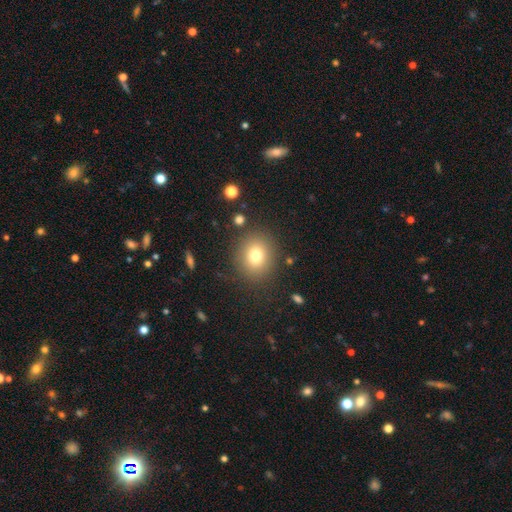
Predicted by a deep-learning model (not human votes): Smooth or featured: smooth — 76% (star or artifact — 13%)
How rounded: round — 75% (in between — 24%)
Merging: none — 85% (minor disturbance — 9%)